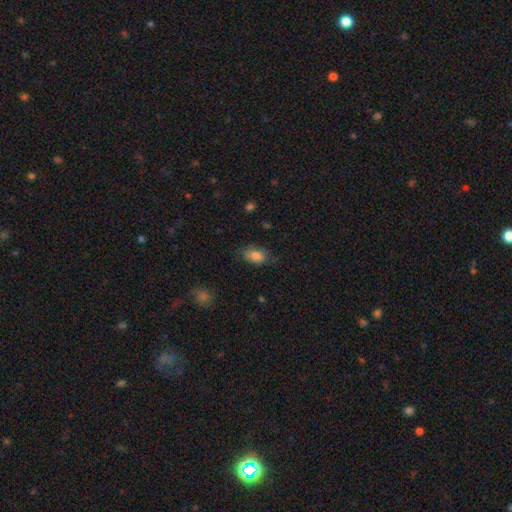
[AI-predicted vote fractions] Smooth or featured? smooth (83%)
How rounded? in between (87%)
Merging? none (67%)